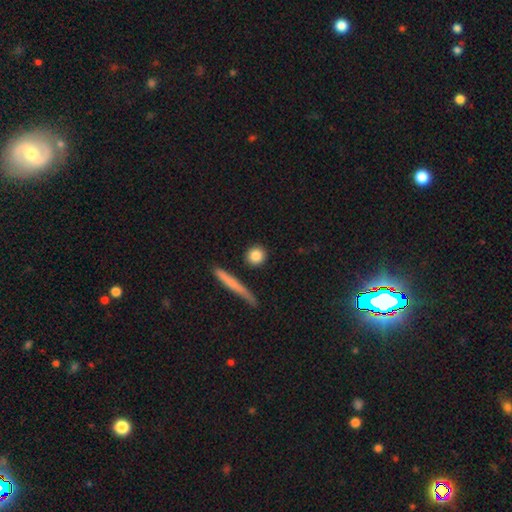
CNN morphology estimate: Q: Smooth or featured?
A: smooth (84%); runner-up: featured or disk (9%)
Q: How rounded?
A: round (85%); runner-up: in between (8%)
Q: Merging?
A: none (88%); runner-up: minor disturbance (6%)